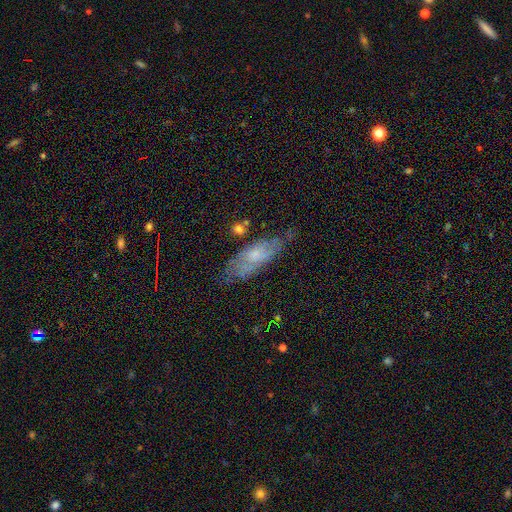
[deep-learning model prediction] Smooth or featured?
  - featured or disk: 50% *
  - smooth: 39%
  - star or artifact: 11%
Edge-on disk?
  - no: 74% *
  - yes: 26%
Merging?
  - none: 62% *
  - minor disturbance: 25%
  - major disturbance: 9%
  - merger: 4%